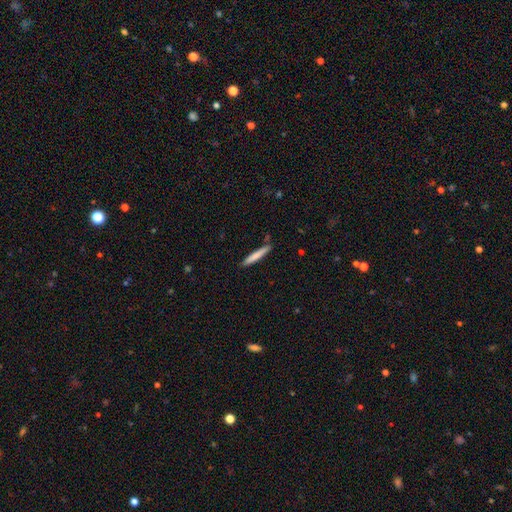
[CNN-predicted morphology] A smooth galaxy with no disk features (76%) that is cigar-shaped (95%).

Vote fractions:
- Smooth or featured? smooth: 76% / featured or disk: 19% / star or artifact: 5%
- How rounded? cigar-shaped: 95% / in between: 4% / round: 1%
- Merging? none: 86% / minor disturbance: 10% / merger: 2% / major disturbance: 2%